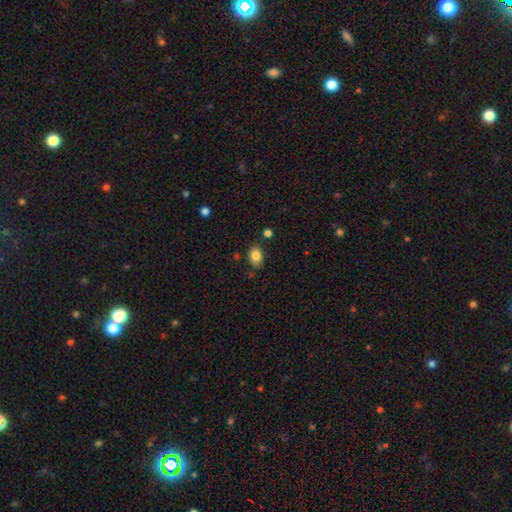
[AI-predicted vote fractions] This is clearly a smooth galaxy (84%). How rounded: likely in between (76%). Merging: clearly none (81%).